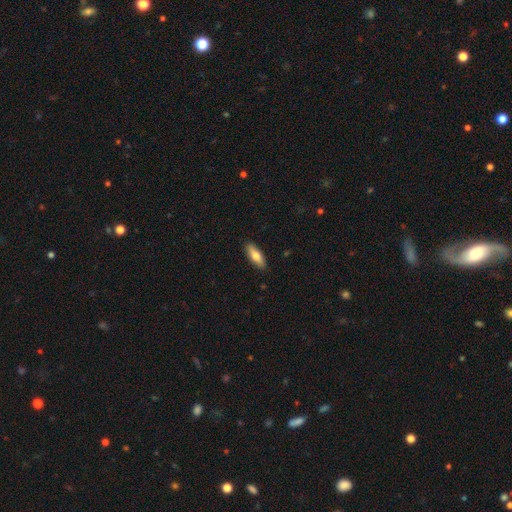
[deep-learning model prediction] Smooth or featured? Predicted: smooth (p=0.74). How rounded? Predicted: in between (p=0.62). Merging? Predicted: none (p=0.89).